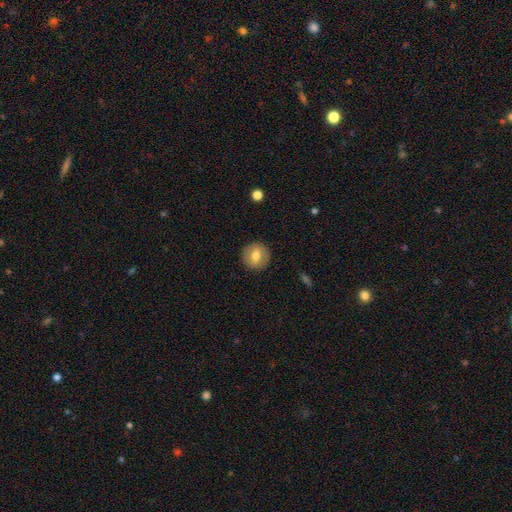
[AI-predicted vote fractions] Q: Smooth or featured?
A: smooth (71%); runner-up: featured or disk (21%)
Q: How rounded?
A: round (92%); runner-up: in between (7%)
Q: Merging?
A: none (90%); runner-up: minor disturbance (7%)